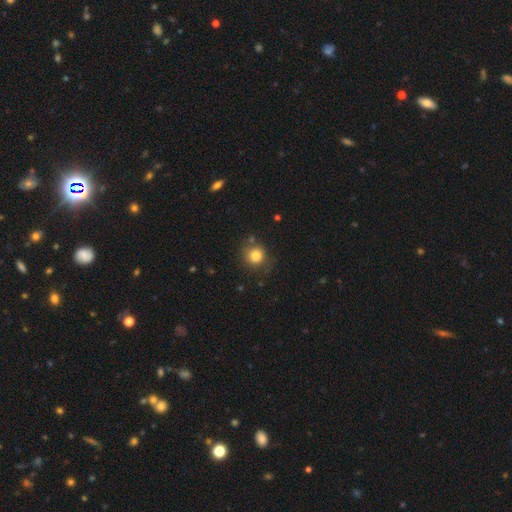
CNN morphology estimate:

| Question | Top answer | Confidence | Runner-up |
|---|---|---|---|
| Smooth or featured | smooth | 82% | star or artifact (11%) |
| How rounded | round | 89% | in between (10%) |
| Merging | none | 77% | minor disturbance (14%) |